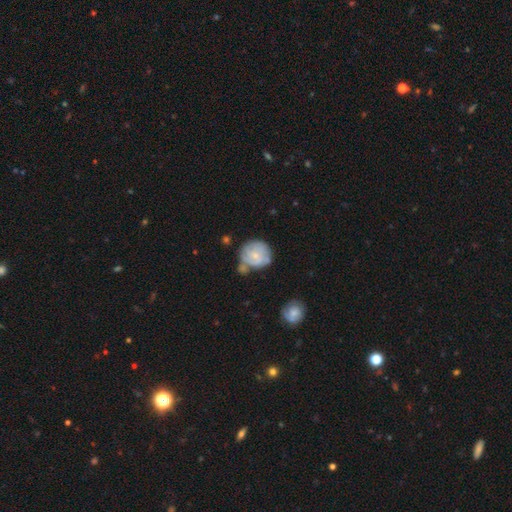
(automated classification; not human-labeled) A featured or disk galaxy (51%).

Vote fractions:
- Smooth or featured? featured or disk: 51% / smooth: 42% / star or artifact: 7%
- Edge-on disk? no: 97% / yes: 3%
- Merging? none: 42% / minor disturbance: 26% / merger: 20% / major disturbance: 12%